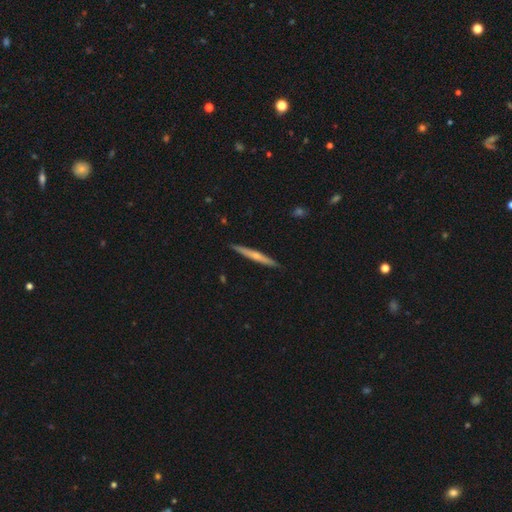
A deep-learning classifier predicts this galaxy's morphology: Overall: featured or disk (52%; smooth 43%). Edge-on disk: yes (96%). Merging: none (90%).